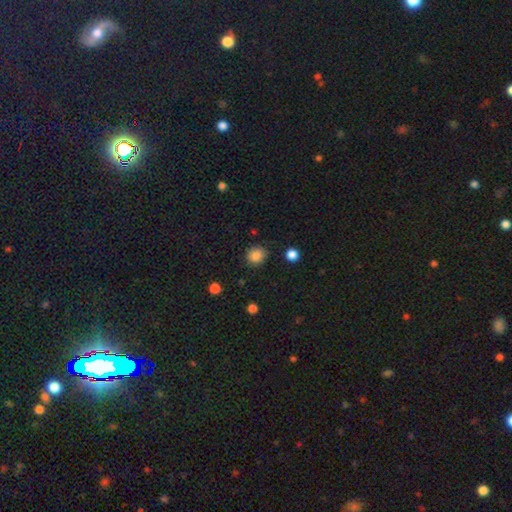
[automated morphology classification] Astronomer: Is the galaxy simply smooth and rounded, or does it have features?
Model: smooth — 86%.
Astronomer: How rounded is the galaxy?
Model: round — 86%.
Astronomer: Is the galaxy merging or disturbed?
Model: none — 83%.